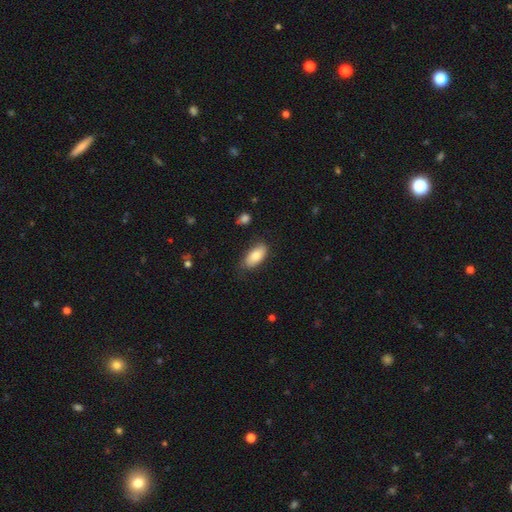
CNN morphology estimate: smooth_or_featured: smooth (p=0.80) [alt: featured or disk p=0.13]
how_rounded: in between (p=0.91) [alt: cigar-shaped p=0.06]
merging: none (p=0.74) [alt: minor disturbance p=0.20]